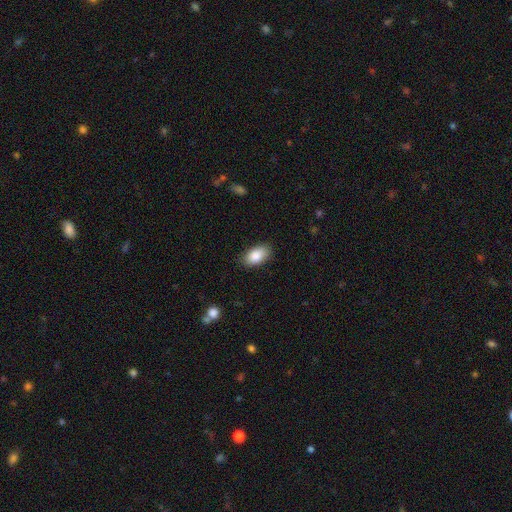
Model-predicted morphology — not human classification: Smooth or featured?
  - smooth: 87% *
  - star or artifact: 7%
  - featured or disk: 7%
How rounded?
  - in between: 93% *
  - round: 5%
  - cigar-shaped: 2%
Merging?
  - none: 85% *
  - minor disturbance: 11%
  - major disturbance: 3%
  - merger: 1%